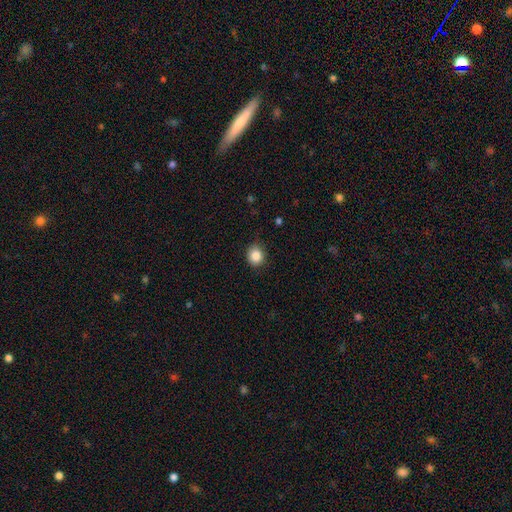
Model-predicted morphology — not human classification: Q: Smooth or featured?
A: smooth (86%); runner-up: star or artifact (10%)
Q: How rounded?
A: round (79%); runner-up: in between (20%)
Q: Merging?
A: none (82%); runner-up: minor disturbance (14%)